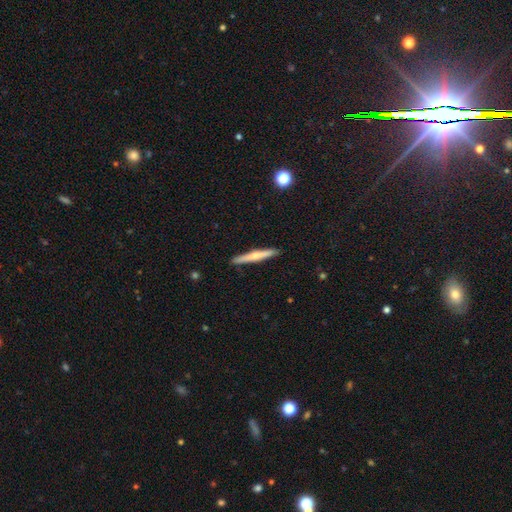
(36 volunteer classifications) Smooth or featured: featured or disk — 67% (smooth — 31%)
Edge-on disk: yes — 100%
Edge-on bulge: rounded — 100%
Merging: none — 94% (minor disturbance — 6%)